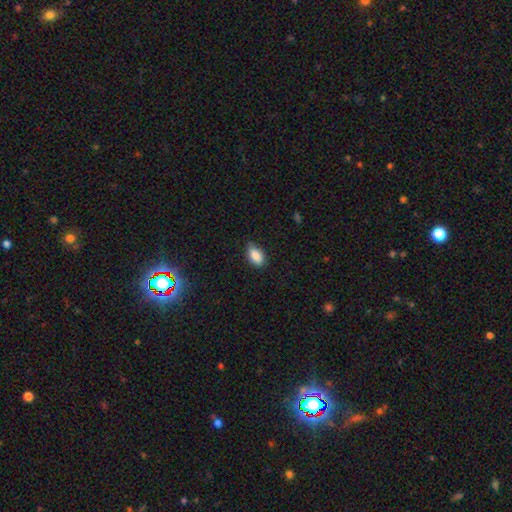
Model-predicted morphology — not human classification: smooth 87%, star or artifact 7%, featured or disk 6%. Down the decision tree: how rounded — in between (91%); merging — none (75%).